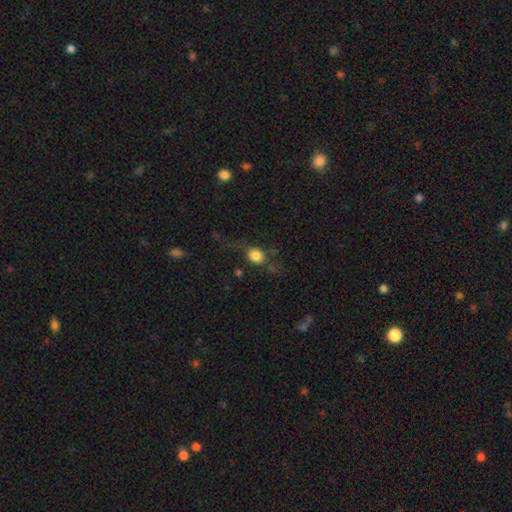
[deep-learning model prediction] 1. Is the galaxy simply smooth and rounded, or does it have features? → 78% smooth, 11% featured or disk, 11% star or artifact.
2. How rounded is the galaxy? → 70% round, 28% in between, 2% cigar-shaped.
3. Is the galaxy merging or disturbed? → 59% none, 19% minor disturbance, 18% major disturbance, 4% merger.